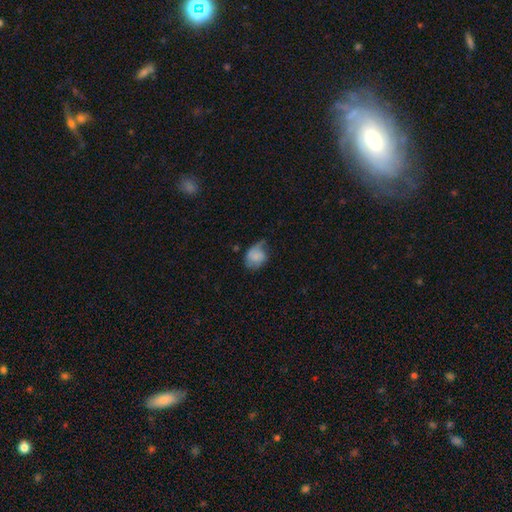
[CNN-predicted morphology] Smooth or featured: smooth — 68% (featured or disk — 23%)
How rounded: in between — 53% (round — 46%)
Merging: minor disturbance — 38% (none — 35%)